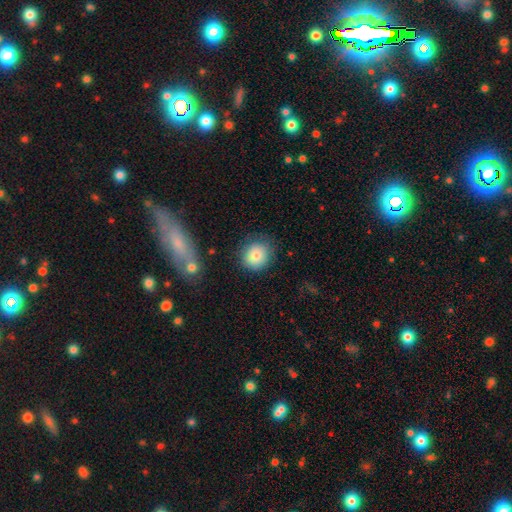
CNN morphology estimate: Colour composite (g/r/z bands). It shows a smooth galaxy with no disk features (82%) that is round (83%). Merging: none (79%).